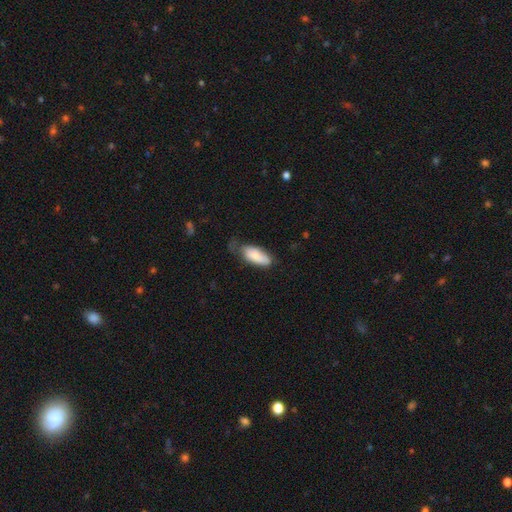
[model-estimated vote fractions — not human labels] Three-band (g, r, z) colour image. It shows a smooth galaxy with no disk features (80%) that is in between round and cigar-shaped (83%). Merging: minor disturbance (39%).